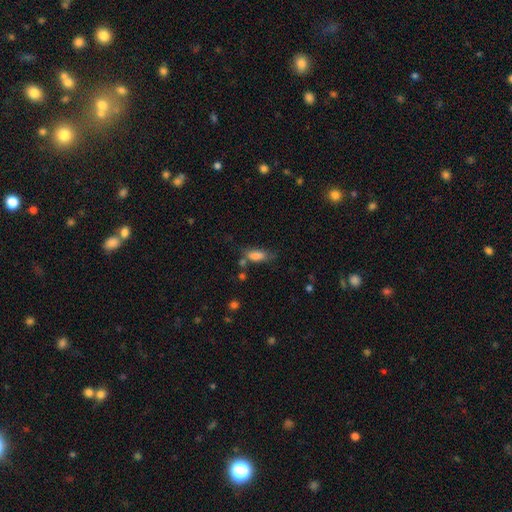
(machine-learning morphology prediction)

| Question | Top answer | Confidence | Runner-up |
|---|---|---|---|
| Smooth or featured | smooth | 82% | featured or disk (9%) |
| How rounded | in between | 77% | cigar-shaped (20%) |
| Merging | none | 52% | minor disturbance (25%) |